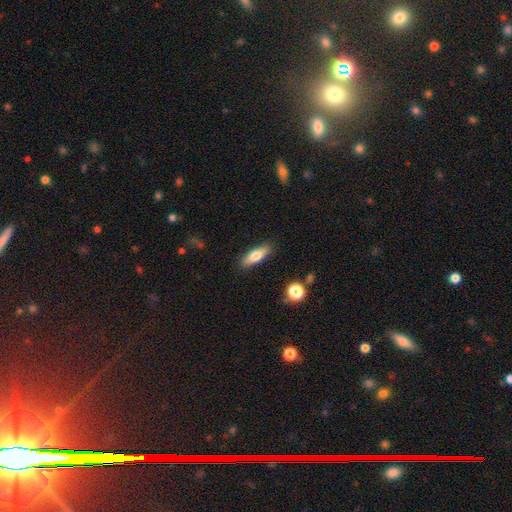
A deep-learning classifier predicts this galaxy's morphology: A smooth galaxy with no disk features (68%) that is cigar-shaped (49%).

Vote fractions:
- Smooth or featured? smooth: 68% / featured or disk: 25% / star or artifact: 7%
- How rounded? cigar-shaped: 49% / in between: 48% / round: 3%
- Merging? none: 88% / minor disturbance: 9% / major disturbance: 2% / merger: 1%